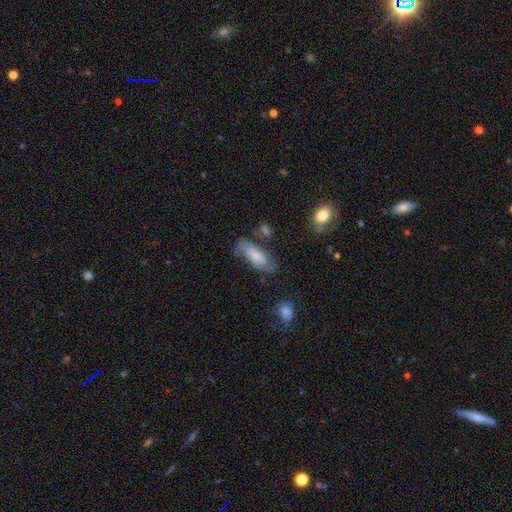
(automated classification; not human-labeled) Smooth or featured? smooth (61%)
How rounded? in between (74%)
Merging? none (63%)